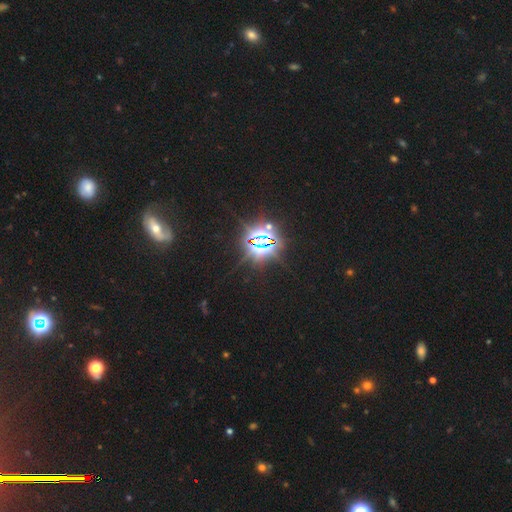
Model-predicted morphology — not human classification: Q: Smooth or featured?
A: star or artifact (83%); runner-up: smooth (9%)